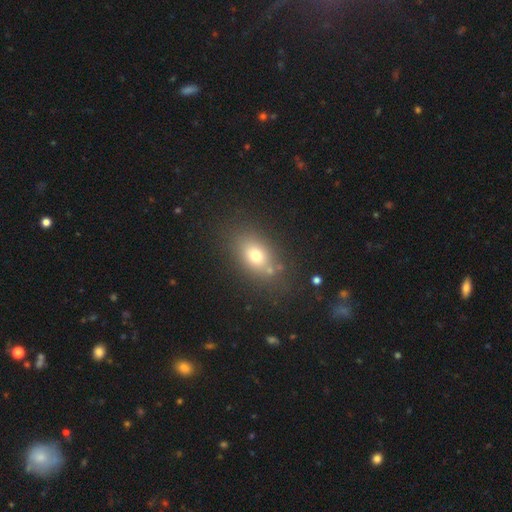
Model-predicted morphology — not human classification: Smooth or featured? smooth (70%)
How rounded? in between (72%)
Merging? none (75%)